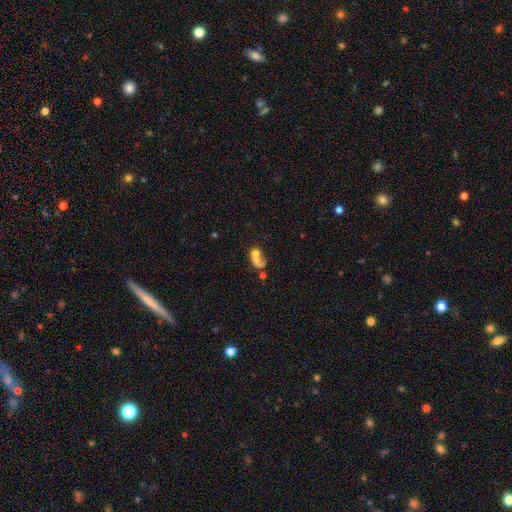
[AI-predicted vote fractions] smooth_or_featured: smooth (p=0.47) [alt: featured or disk p=0.39]
merging: merger (p=0.34) [alt: major disturbance p=0.31]